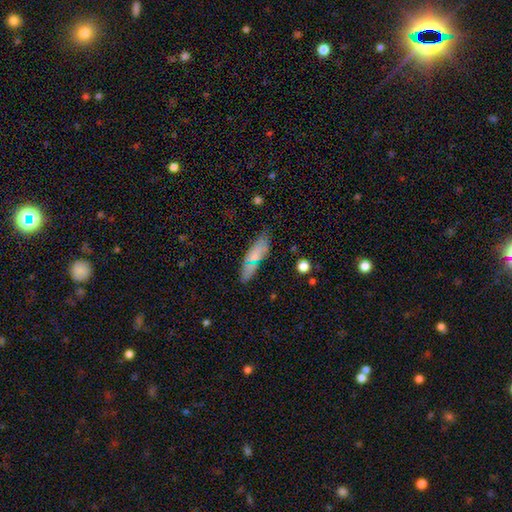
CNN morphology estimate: The model was most divided on "how rounded": cigar-shaped: 55%, in between: 42%, round: 3%. More confident: merging — none (79%); smooth or featured — smooth (71%).